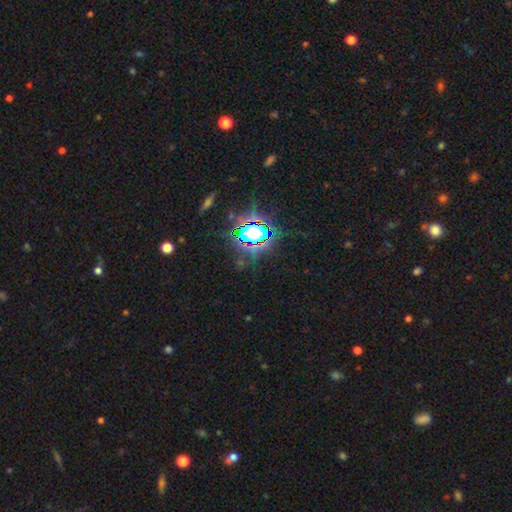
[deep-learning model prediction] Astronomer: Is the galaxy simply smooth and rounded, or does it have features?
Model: star or artifact — 81%.